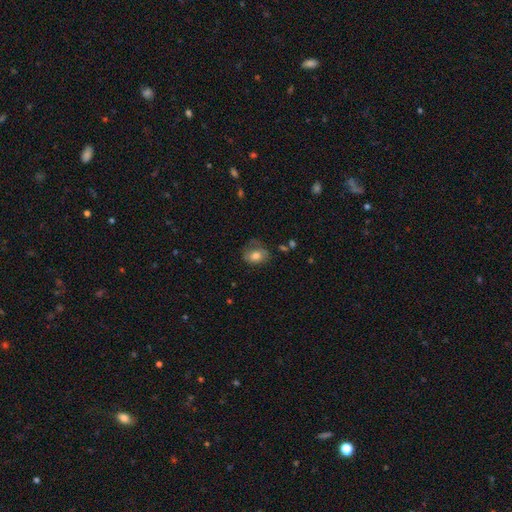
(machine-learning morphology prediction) type=smooth (70%); roundness=in between (53%); merging=none (48%).